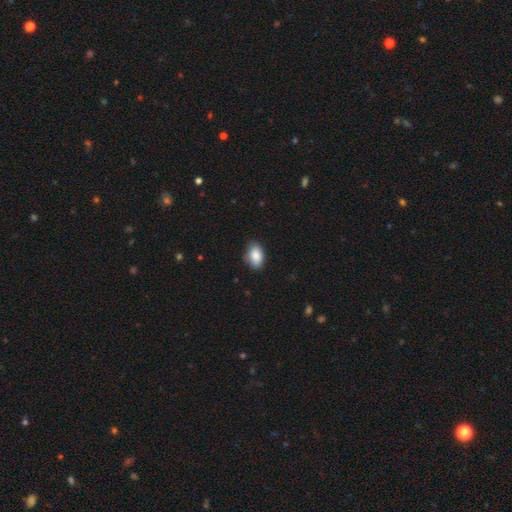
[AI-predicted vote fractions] Smooth or featured: smooth — 86% (star or artifact — 7%)
How rounded: in between — 89% (round — 10%)
Merging: none — 80% (minor disturbance — 16%)